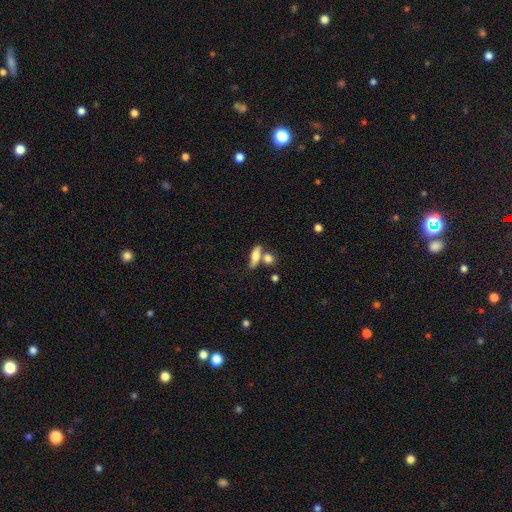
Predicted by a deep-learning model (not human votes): Smooth or featured?
  - smooth: 65% *
  - featured or disk: 27%
  - star or artifact: 8%
How rounded?
  - in between: 52% *
  - cigar-shaped: 39%
  - round: 8%
Merging?
  - none: 53% *
  - merger: 29%
  - minor disturbance: 13%
  - major disturbance: 5%